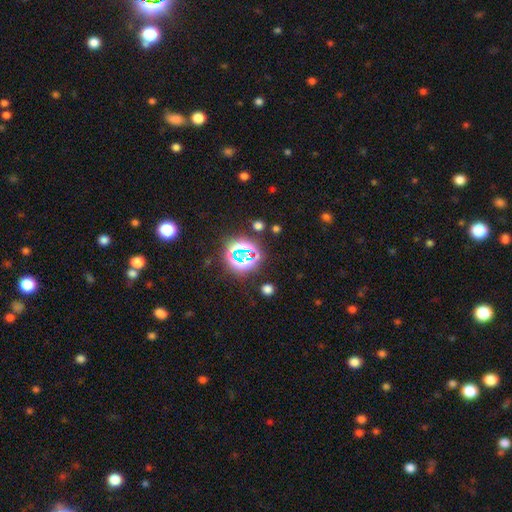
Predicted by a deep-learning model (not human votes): A star or artifact, not a galaxy (73%).

Vote fractions:
- Smooth or featured? star or artifact: 73% / smooth: 17% / featured or disk: 9%